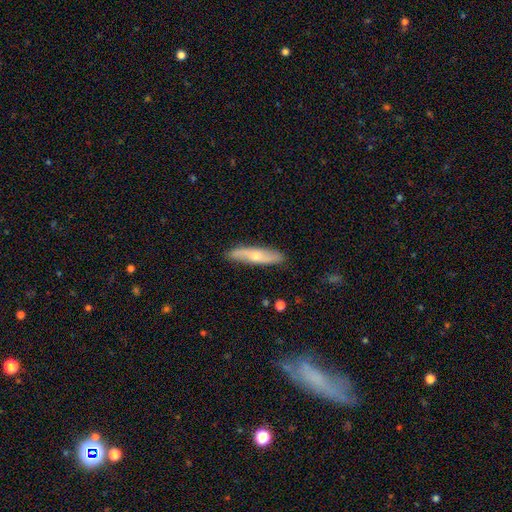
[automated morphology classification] This is possibly a featured or disk galaxy (48%). Merging: clearly none (87%).